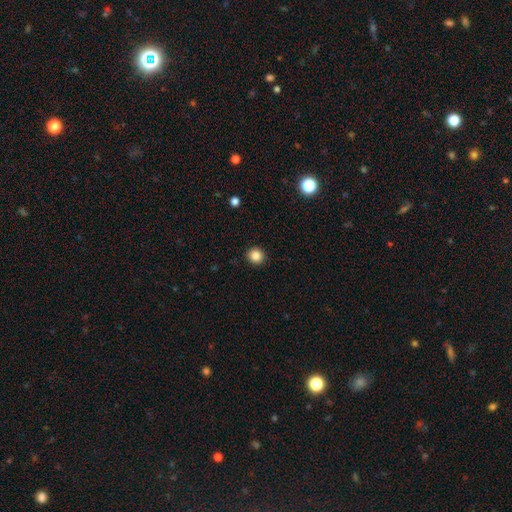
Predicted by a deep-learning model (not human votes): A smooth galaxy with no disk features (85%) that is round (93%).

Vote fractions:
- Smooth or featured? smooth: 85% / star or artifact: 11% / featured or disk: 4%
- How rounded? round: 93% / in between: 6% / cigar-shaped: 1%
- Merging? none: 93% / minor disturbance: 5% / major disturbance: 2% / merger: 1%